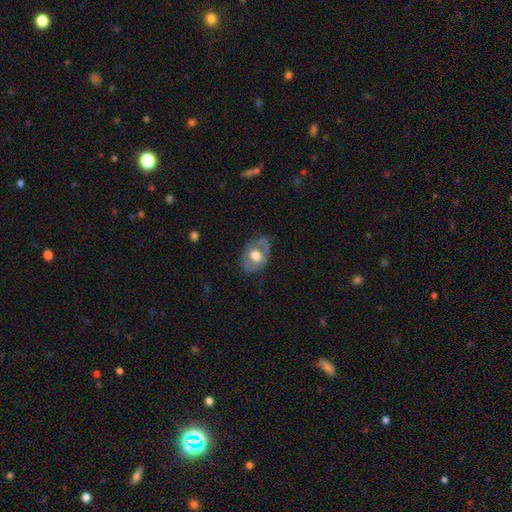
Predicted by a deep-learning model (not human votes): The model was most divided on "smooth or featured": featured or disk: 47%, smooth: 46%, star or artifact: 7%. More confident: merging — none (64%).